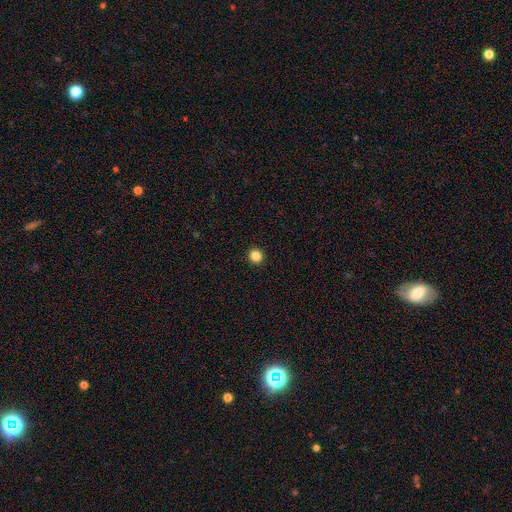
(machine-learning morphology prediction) Q: Smooth or featured?
A: smooth (86%); runner-up: star or artifact (11%)
Q: How rounded?
A: round (93%); runner-up: in between (6%)
Q: Merging?
A: none (94%); runner-up: minor disturbance (4%)